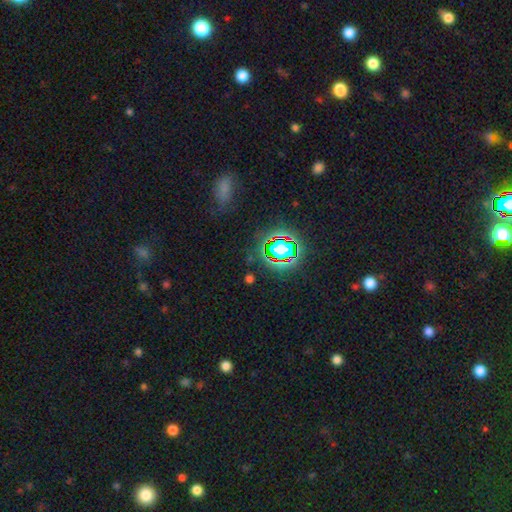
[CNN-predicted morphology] Smooth or featured? Predicted: star or artifact (p=0.77).